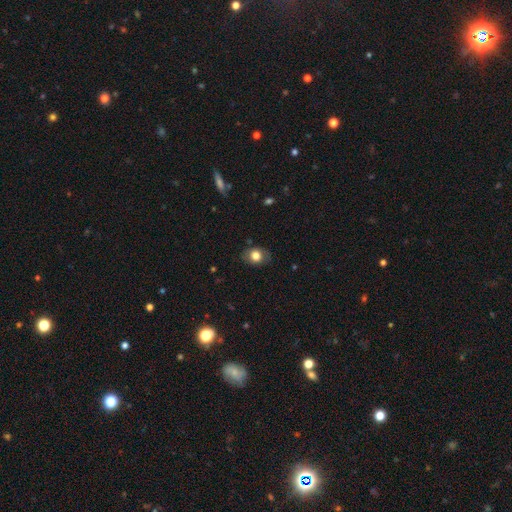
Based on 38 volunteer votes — smooth_or_featured: smooth (p=0.87) [alt: featured or disk p=0.13]
how_rounded: in between (p=0.73) [alt: round p=0.27]
merging: none (p=0.84) [alt: minor disturbance p=0.13]